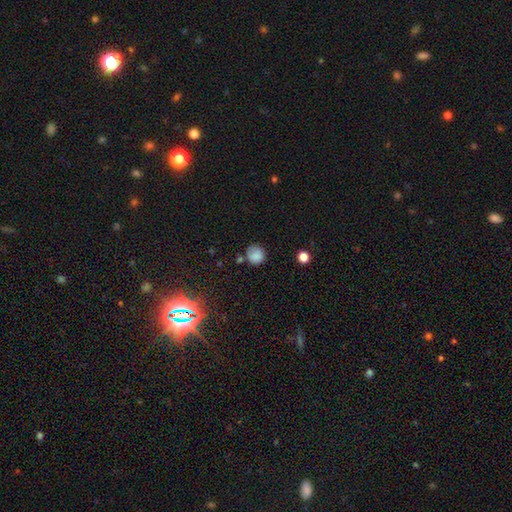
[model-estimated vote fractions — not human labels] The model was most divided on "merging": none: 70%, minor disturbance: 19%, merger: 6%, major disturbance: 5%. More confident: how rounded — round (88%); smooth or featured — smooth (82%).